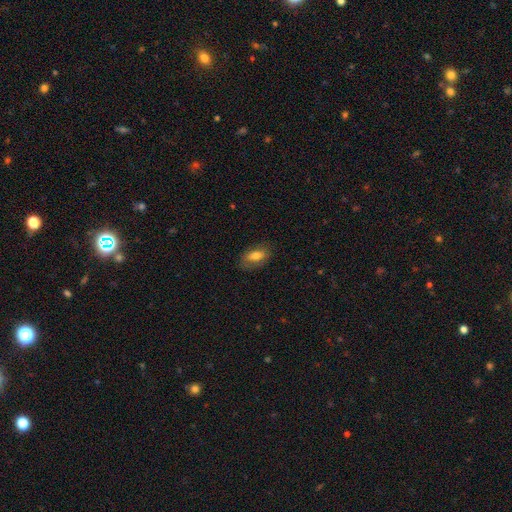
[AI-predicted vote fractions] This appears to be a smooth galaxy with no disk features (72%) that is in between round and cigar-shaped (87%). Merging: none (77%).